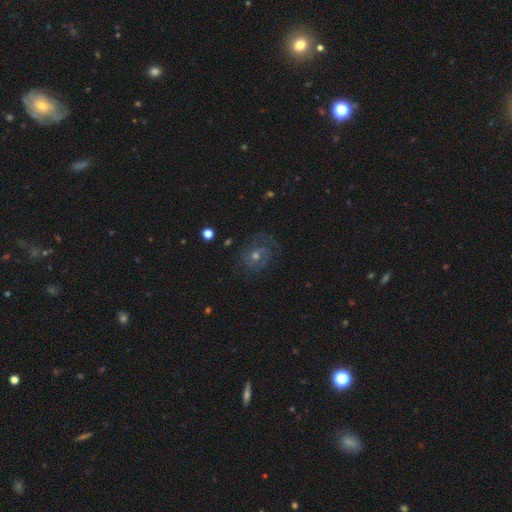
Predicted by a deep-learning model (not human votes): smooth_or_featured: featured or disk (p=0.67) [alt: smooth p=0.17]
disk_edge_on: no (p=0.97) [alt: yes p=0.03]
bar: no (p=0.62) [alt: weak p=0.31]
has_spiral_arms: yes (p=0.88) [alt: no p=0.12]
spiral_winding: tight (p=0.48) [alt: medium p=0.39]
spiral_arm_count: 2 (p=0.40) [alt: can't tell p=0.32]
bulge_size: moderate (p=0.55) [alt: small p=0.37]
merging: none (p=0.71) [alt: minor disturbance p=0.16]